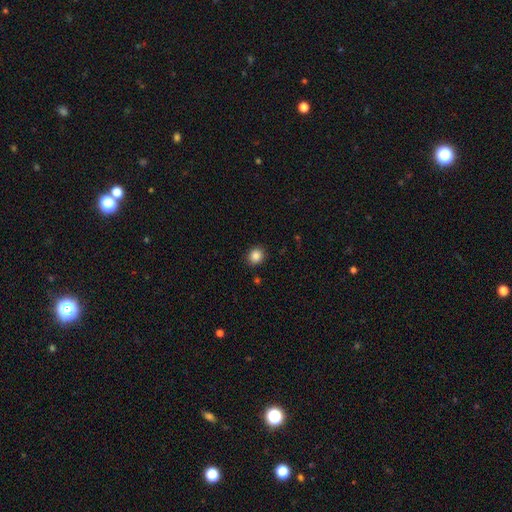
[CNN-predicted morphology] A smooth galaxy with no disk features (86%) that is round (77%).

Vote fractions:
- Smooth or featured? smooth: 86% / star or artifact: 10% / featured or disk: 4%
- How rounded? round: 77% / in between: 22% / cigar-shaped: 1%
- Merging? none: 90% / minor disturbance: 7% / major disturbance: 2% / merger: 1%